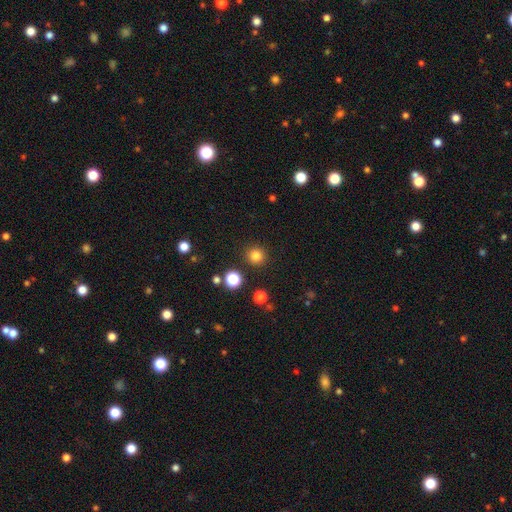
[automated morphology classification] This appears to be a smooth galaxy with no disk features (82%) that is round (94%). Merging: none (91%).